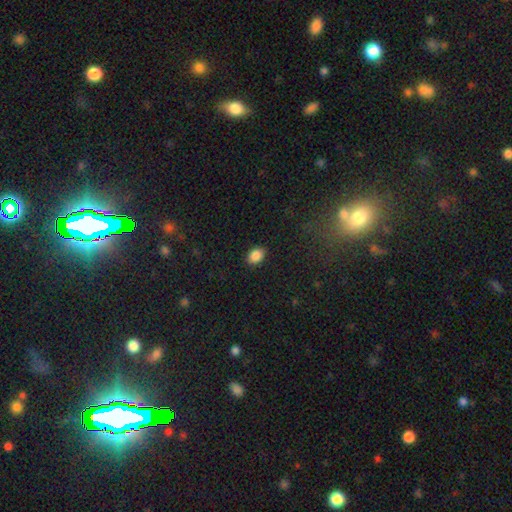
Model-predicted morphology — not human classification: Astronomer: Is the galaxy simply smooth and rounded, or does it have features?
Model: smooth — 88%.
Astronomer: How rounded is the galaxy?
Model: in between — 73%.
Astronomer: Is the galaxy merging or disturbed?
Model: none — 89%.